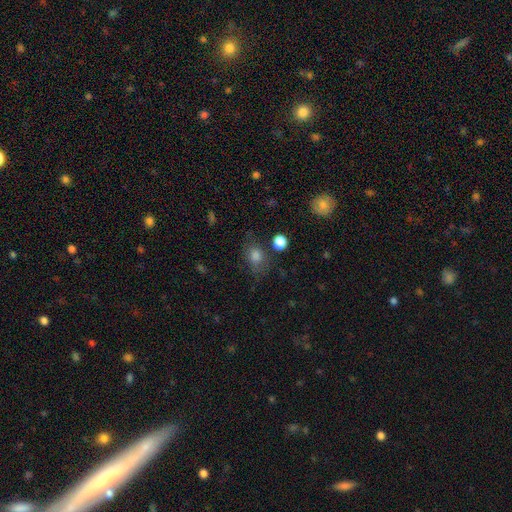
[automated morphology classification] Smooth or featured?
  - smooth: 76% *
  - star or artifact: 14%
  - featured or disk: 10%
How rounded?
  - in between: 50% *
  - round: 49%
  - cigar-shaped: 2%
Merging?
  - none: 67% *
  - minor disturbance: 19%
  - major disturbance: 9%
  - merger: 5%